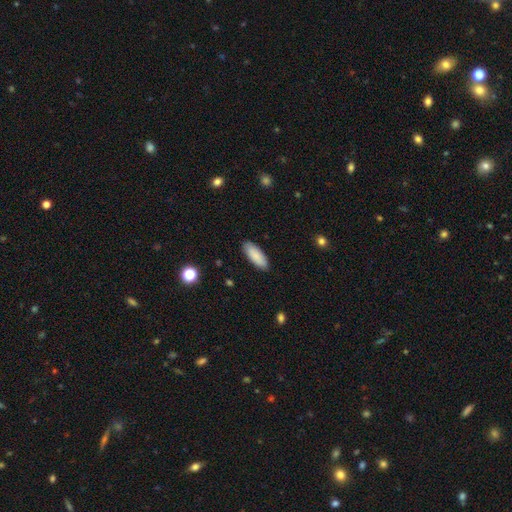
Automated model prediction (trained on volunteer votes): Q: Smooth or featured?
A: smooth (88%); runner-up: featured or disk (6%)
Q: How rounded?
A: in between (74%); runner-up: cigar-shaped (24%)
Q: Merging?
A: none (88%); runner-up: minor disturbance (9%)